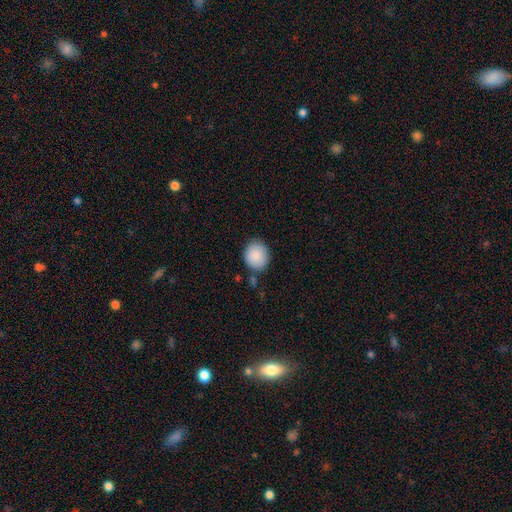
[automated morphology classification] smooth 88%, star or artifact 7%, featured or disk 5%. Down the decision tree: how rounded — round (75%); merging — none (81%).